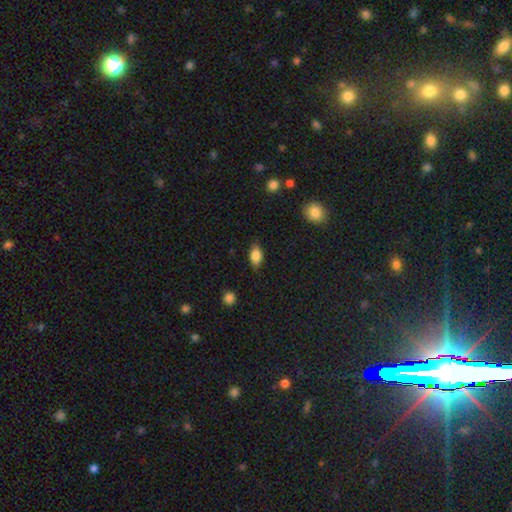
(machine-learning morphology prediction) A smooth galaxy with no disk features (81%) that is in between round and cigar-shaped (86%).

Vote fractions:
- Smooth or featured? smooth: 81% / featured or disk: 11% / star or artifact: 8%
- How rounded? in between: 86% / round: 9% / cigar-shaped: 5%
- Merging? none: 80% / minor disturbance: 16% / major disturbance: 3% / merger: 1%